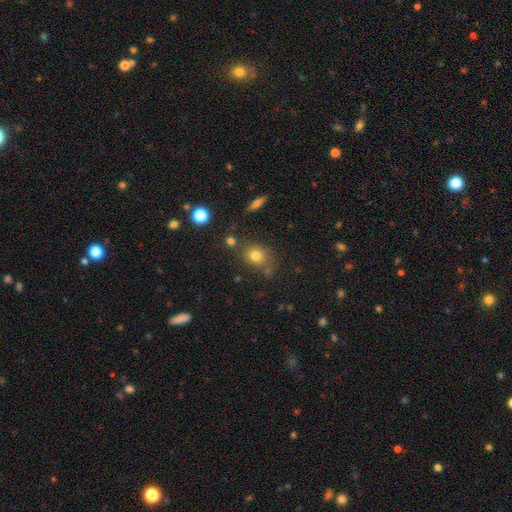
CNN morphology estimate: A smooth galaxy with no disk features (76%) that is round (64%).

Vote fractions:
- Smooth or featured? smooth: 76% / star or artifact: 14% / featured or disk: 10%
- How rounded? round: 64% / in between: 34% / cigar-shaped: 1%
- Merging? none: 70% / minor disturbance: 14% / merger: 11% / major disturbance: 5%